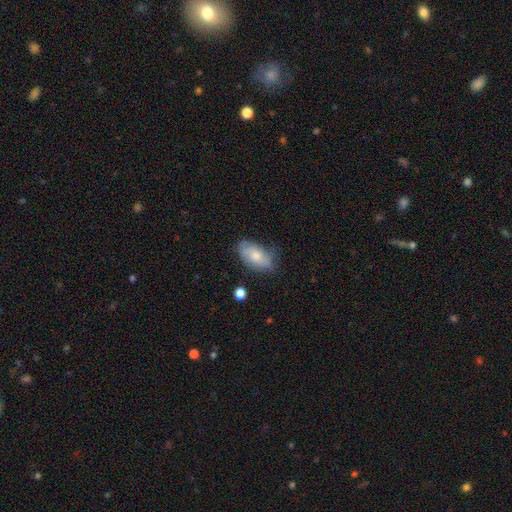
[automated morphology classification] Smooth or featured? smooth (67%)
How rounded? in between (92%)
Merging? none (64%)